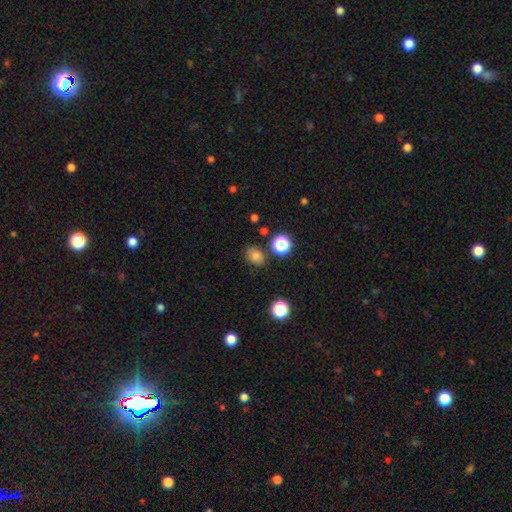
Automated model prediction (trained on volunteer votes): Smooth or featured?
  - smooth: 78% *
  - star or artifact: 16%
  - featured or disk: 6%
How rounded?
  - in between: 57% *
  - round: 42%
  - cigar-shaped: 1%
Merging?
  - none: 82% *
  - minor disturbance: 12%
  - merger: 4%
  - major disturbance: 3%